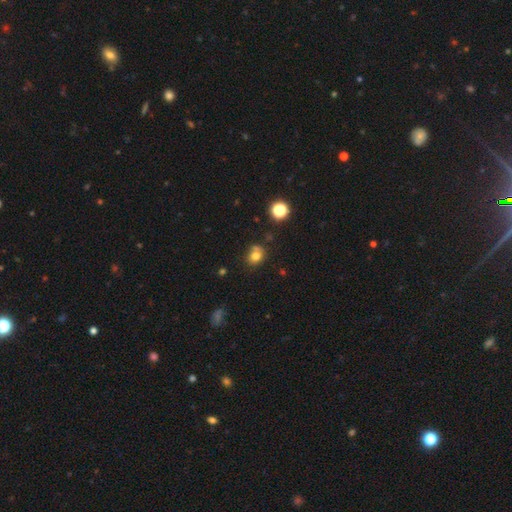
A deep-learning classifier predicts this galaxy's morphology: smooth-or-featured: smooth: 76% | star or artifact: 14% | featured or disk: 10%
  how-rounded: round: 63% | in between: 36% | cigar-shaped: 1%
  merging: none: 58% | minor disturbance: 21% | merger: 15% | major disturbance: 6%